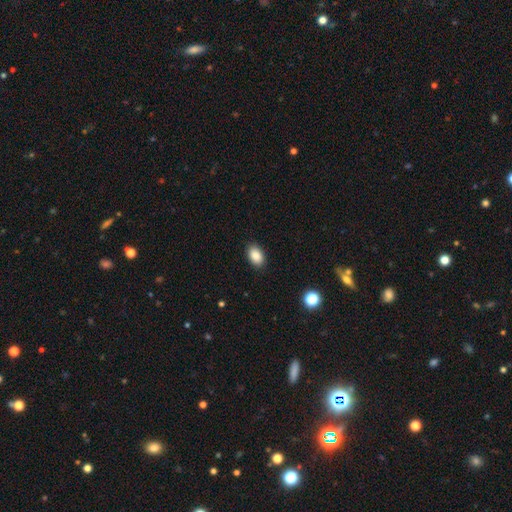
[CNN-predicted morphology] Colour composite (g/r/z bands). It shows a smooth galaxy with no disk features (88%) that is in between round and cigar-shaped (90%). Merging: none (89%).